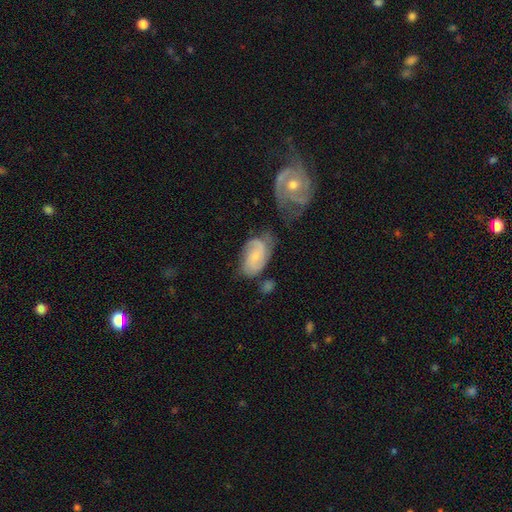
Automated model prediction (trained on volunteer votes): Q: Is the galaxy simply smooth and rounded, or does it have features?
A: featured or disk — 68%.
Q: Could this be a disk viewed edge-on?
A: no — 96%.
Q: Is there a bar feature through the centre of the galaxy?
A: no — 59%.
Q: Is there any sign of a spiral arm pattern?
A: yes — 93%.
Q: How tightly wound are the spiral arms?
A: medium — 44%.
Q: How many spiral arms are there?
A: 2 — 67%.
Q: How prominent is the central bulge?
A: small — 66%.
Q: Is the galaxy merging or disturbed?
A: none — 48%.